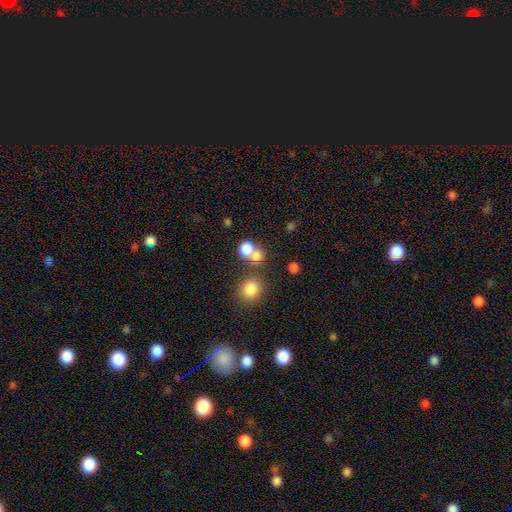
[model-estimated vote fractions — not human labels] A smooth galaxy with no disk features (72%) that is round (77%). Merging: none (54%).